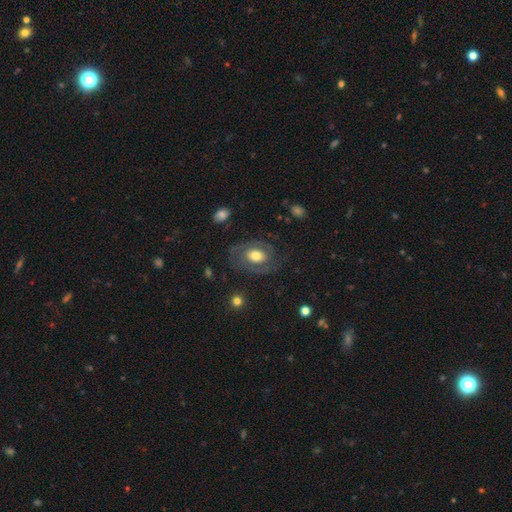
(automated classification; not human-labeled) The model was most divided on "bulge size": moderate: 60%, large: 26%, small: 10%, dominant: 2%, none: 1%. More confident: edge-on disk — no (96%); spiral arms — yes (73%); merging — none (72%); bar — no (69%); smooth or featured — featured or disk (66%).